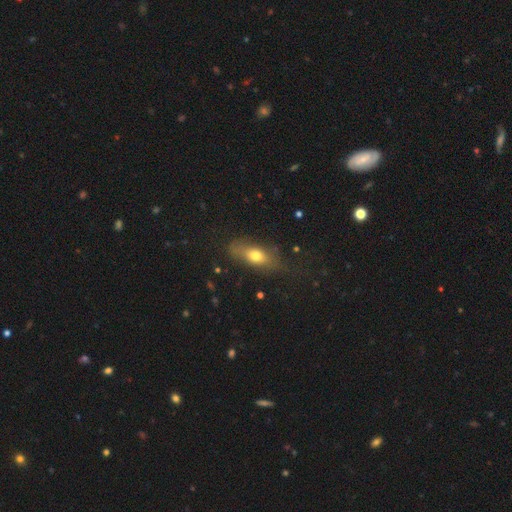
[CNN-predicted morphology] Smooth or featured? smooth (68%)
How rounded? in between (71%)
Merging? none (62%)